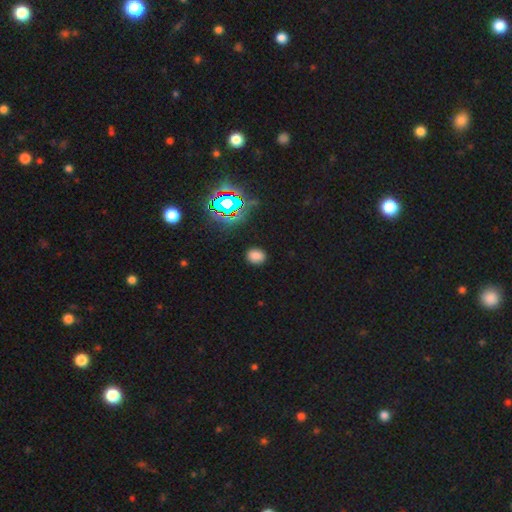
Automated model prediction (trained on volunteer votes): Smooth or featured: smooth — 74% (star or artifact — 20%)
How rounded: round — 50% (in between — 48%)
Merging: none — 87% (minor disturbance — 9%)